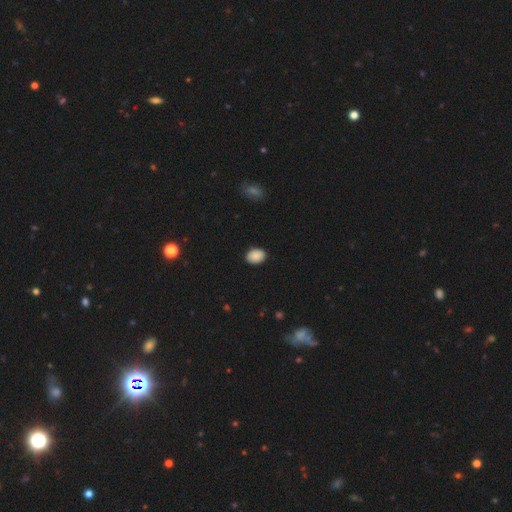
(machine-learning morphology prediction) type=smooth (88%); roundness=in between (72%); merging=none (88%).